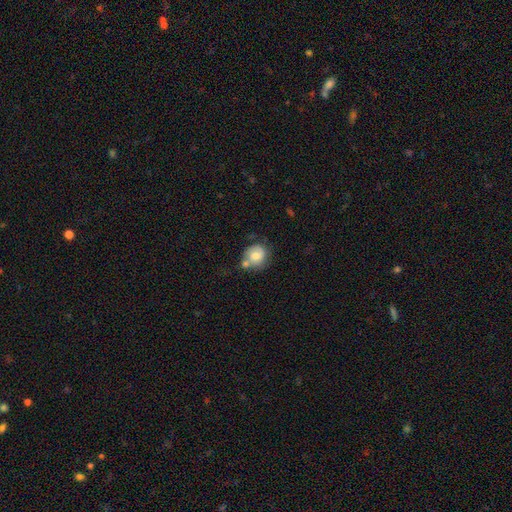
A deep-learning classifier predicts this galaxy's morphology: Smooth or featured: smooth — 65% (featured or disk — 27%)
How rounded: round — 77% (in between — 23%)
Merging: none — 44% (merger — 26%)